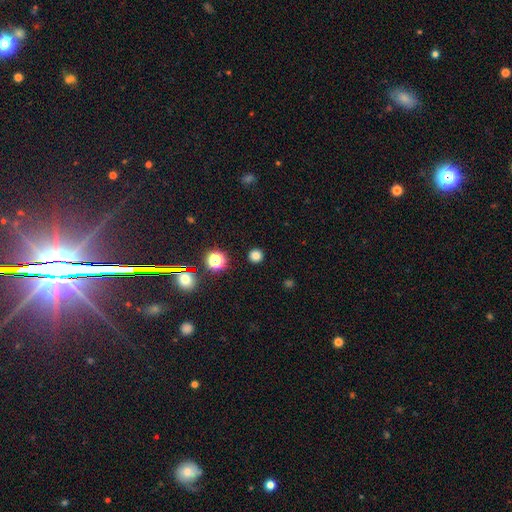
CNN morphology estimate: This appears to be a smooth galaxy with no disk features (79%) that is round (94%). Merging: none (92%).